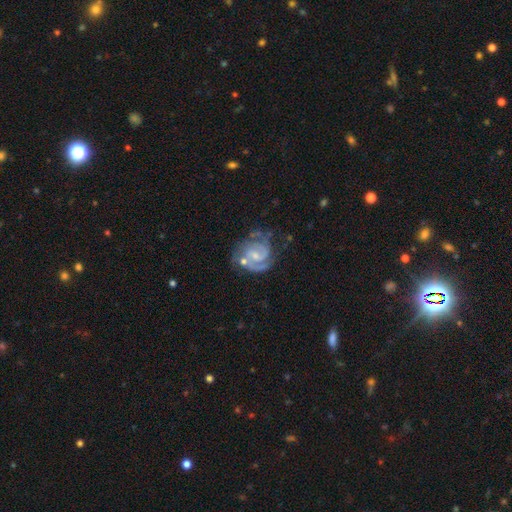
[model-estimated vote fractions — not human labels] Smooth or featured: featured or disk — 88% (smooth — 7%)
Edge-on disk: no — 98% (yes — 2%)
Bar: weak — 51% (no — 37%)
Spiral arms: yes — 97% (no — 3%)
Spiral winding: tight — 53% (medium — 39%)
Spiral arm count: 2 — 67% (3 — 13%)
Bulge size: small — 60% (moderate — 28%)
Merging: none — 55% (minor disturbance — 22%)